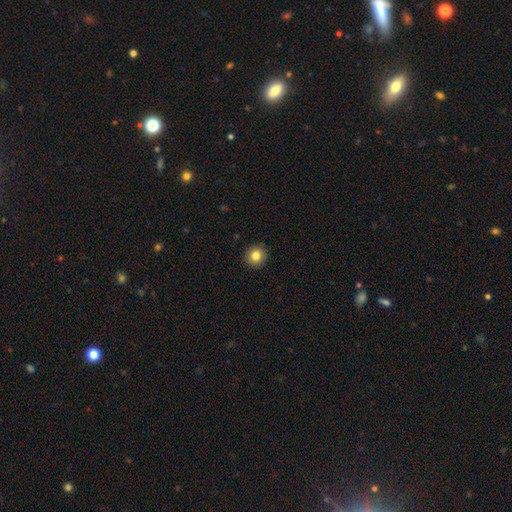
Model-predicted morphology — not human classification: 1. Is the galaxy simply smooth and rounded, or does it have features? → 83% smooth, 10% star or artifact, 7% featured or disk.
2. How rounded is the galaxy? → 94% round, 5% in between, 1% cigar-shaped.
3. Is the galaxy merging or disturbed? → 93% none, 5% minor disturbance, 2% major disturbance, 1% merger.